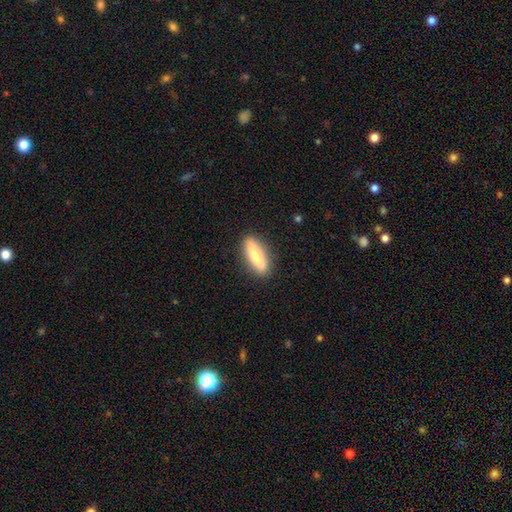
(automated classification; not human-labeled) Smooth or featured? smooth (66%)
How rounded? cigar-shaped (65%)
Merging? none (88%)